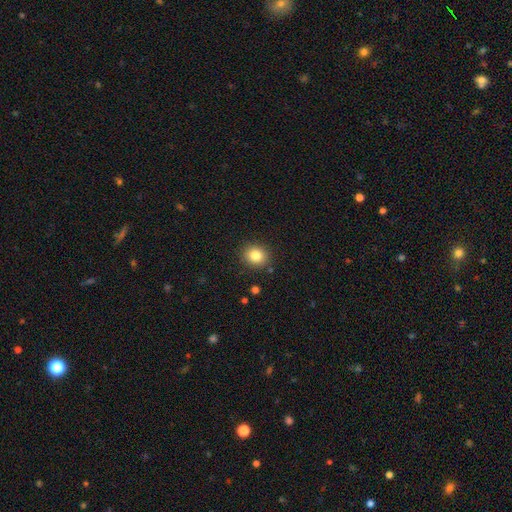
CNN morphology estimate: smooth-or-featured: smooth: 83% | star or artifact: 10% | featured or disk: 7%
  how-rounded: round: 76% | in between: 23% | cigar-shaped: 1%
  merging: none: 89% | minor disturbance: 7% | major disturbance: 2% | merger: 2%